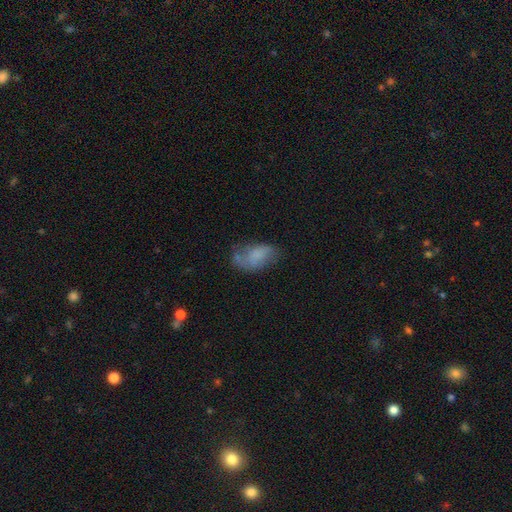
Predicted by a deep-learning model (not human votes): Smooth or featured? smooth (61%)
How rounded? in between (92%)
Merging? none (42%)